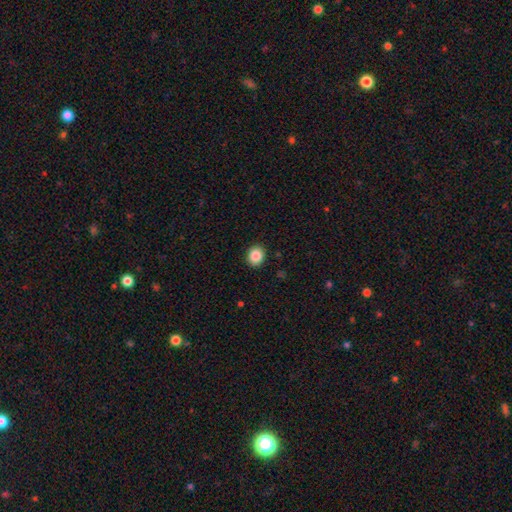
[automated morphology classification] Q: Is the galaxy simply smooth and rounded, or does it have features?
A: smooth — 88%.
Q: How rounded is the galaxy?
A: round — 68%.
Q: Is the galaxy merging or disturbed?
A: none — 91%.